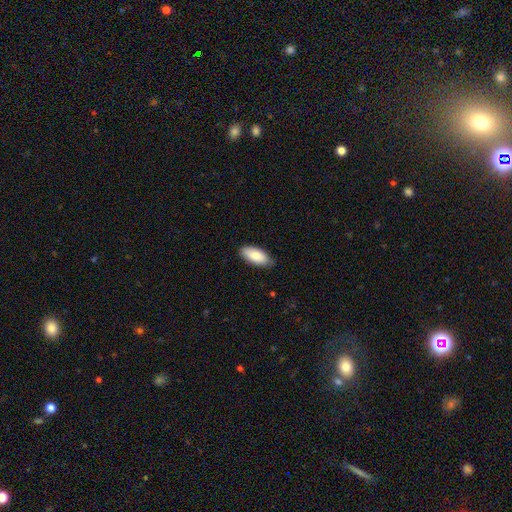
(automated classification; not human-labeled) The model was most divided on "merging": none: 82%, minor disturbance: 15%, major disturbance: 2%, merger: 1%. More confident: how rounded — in between (88%); smooth or featured — smooth (82%).